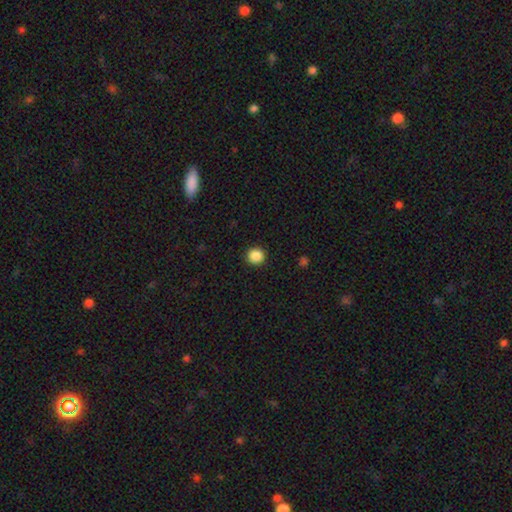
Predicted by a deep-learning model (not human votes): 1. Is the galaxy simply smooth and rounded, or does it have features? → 88% smooth, 10% star or artifact, 3% featured or disk.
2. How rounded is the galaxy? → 90% round, 9% in between, 1% cigar-shaped.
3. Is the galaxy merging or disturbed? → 92% none, 5% minor disturbance, 2% major disturbance, 1% merger.